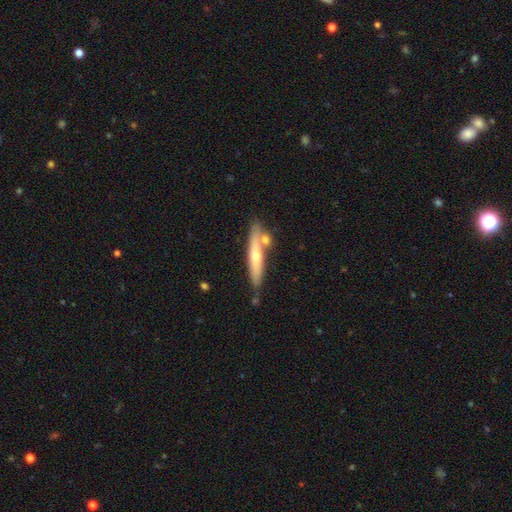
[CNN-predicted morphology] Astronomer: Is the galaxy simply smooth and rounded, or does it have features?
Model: featured or disk — 48% (runner-up: smooth, 46%).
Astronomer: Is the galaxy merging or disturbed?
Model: none — 72%.